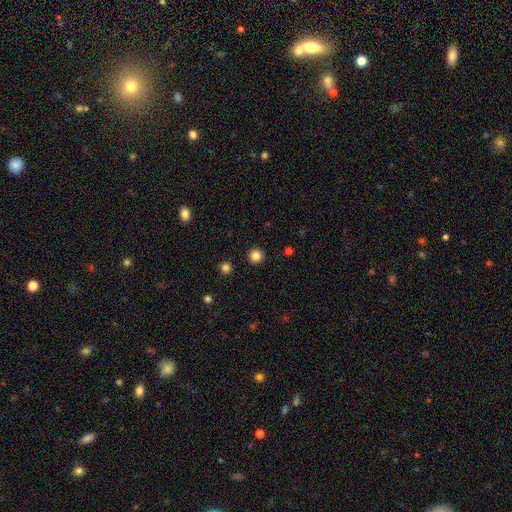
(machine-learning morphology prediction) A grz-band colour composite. It shows a smooth galaxy with no disk features (84%) that is round (96%). Merging: none (93%).